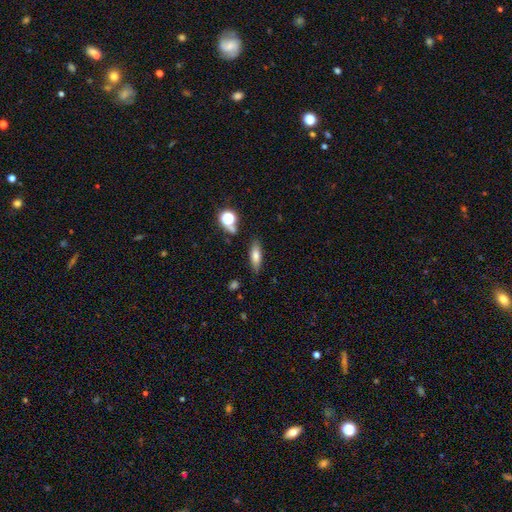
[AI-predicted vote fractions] smooth-or-featured: smooth: 73% | featured or disk: 17% | star or artifact: 10%
  how-rounded: in between: 57% | cigar-shaped: 40% | round: 4%
  merging: none: 81% | minor disturbance: 12% | merger: 3% | major disturbance: 3%